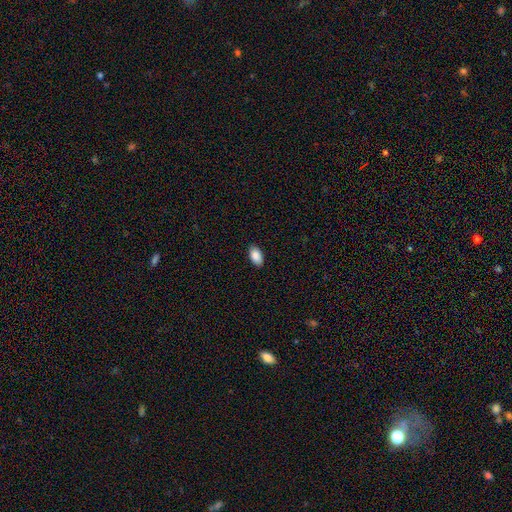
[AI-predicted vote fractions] The model was most divided on "merging": none: 88%, minor disturbance: 9%, major disturbance: 2%, merger: 1%. More confident: how rounded — in between (95%); smooth or featured — smooth (90%).